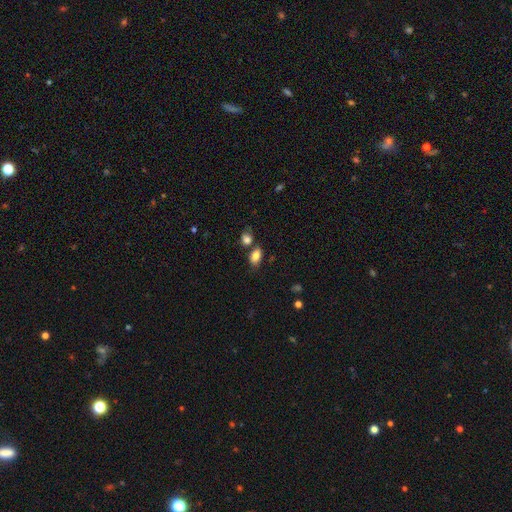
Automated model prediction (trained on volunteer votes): This is clearly a smooth galaxy (84%). How rounded: clearly in between (89%). Merging: likely none (64%).